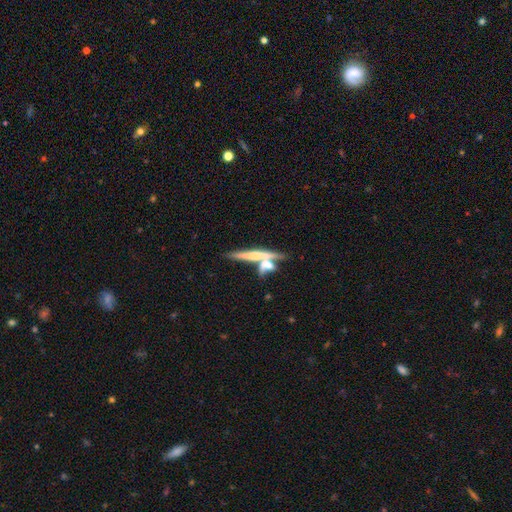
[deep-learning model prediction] This is possibly a featured or disk galaxy (46%). Merging: possibly none (49%).